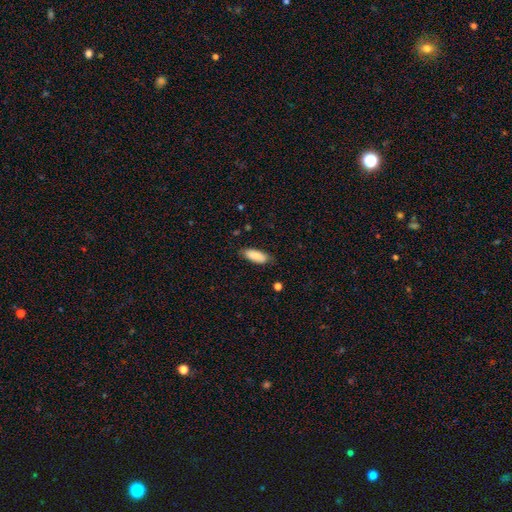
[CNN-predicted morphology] Smooth or featured? smooth (87%)
How rounded? in between (81%)
Merging? none (79%)